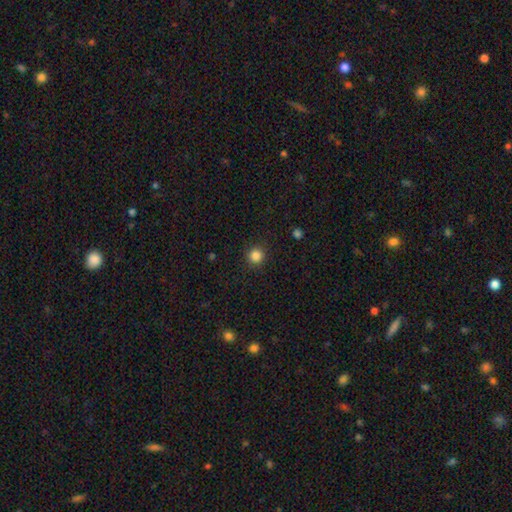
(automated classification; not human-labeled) Morphology: type=smooth (85%); roundness=round (94%); merging=none (91%).